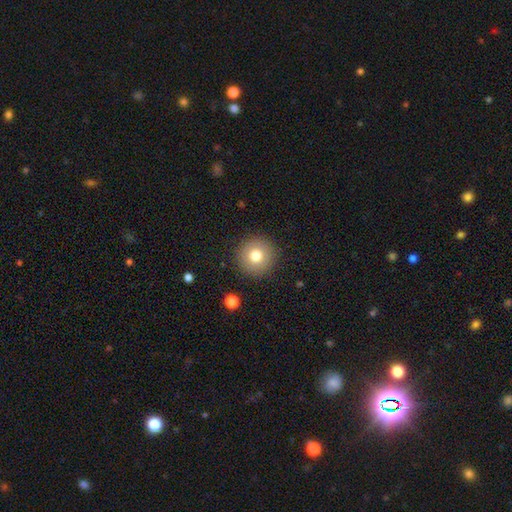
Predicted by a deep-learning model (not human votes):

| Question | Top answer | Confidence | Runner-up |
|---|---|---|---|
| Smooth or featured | smooth | 76% | featured or disk (13%) |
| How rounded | round | 96% | in between (3%) |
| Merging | none | 90% | minor disturbance (6%) |